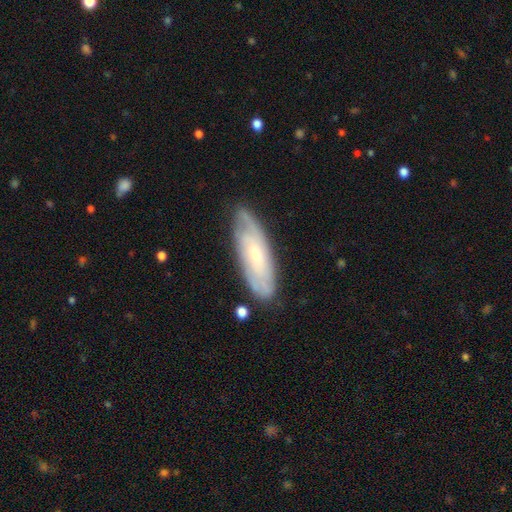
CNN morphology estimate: A featured or disk galaxy (65%) with no bar (65%), spiral arms (86%) and a small central bulge (66%).

Vote fractions:
- Smooth or featured? featured or disk: 65% / smooth: 29% / star or artifact: 6%
- Edge-on disk? no: 82% / yes: 18%
- Bar? no: 65% / weak: 29% / strong: 6%
- Spiral arms? yes: 86% / no: 14%
- Bulge size? small: 66% / moderate: 29% / none: 2% / large: 2% / dominant: 1%
- Merging? none: 79% / minor disturbance: 16% / major disturbance: 3% / merger: 2%